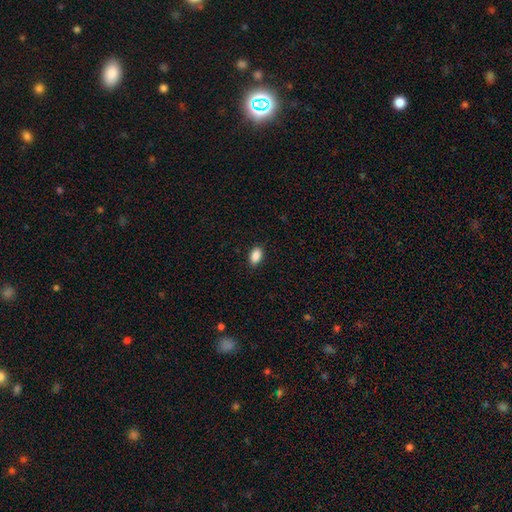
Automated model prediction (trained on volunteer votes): Smooth or featured?
  - smooth: 89% *
  - star or artifact: 8%
  - featured or disk: 3%
How rounded?
  - in between: 91% *
  - round: 7%
  - cigar-shaped: 2%
Merging?
  - none: 88% *
  - minor disturbance: 9%
  - major disturbance: 2%
  - merger: 1%